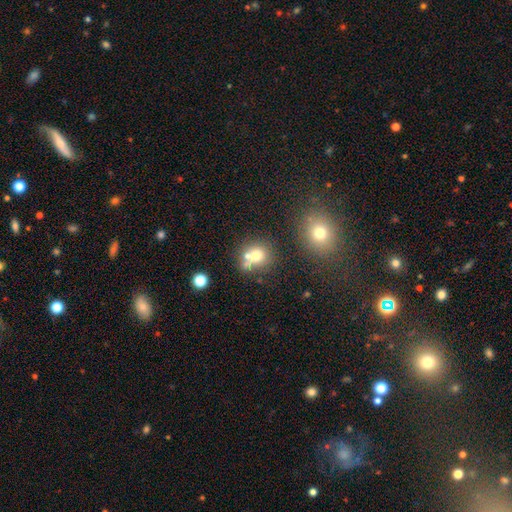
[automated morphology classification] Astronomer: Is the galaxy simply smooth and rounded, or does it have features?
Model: smooth — 70%.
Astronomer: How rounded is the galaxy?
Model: round — 79%.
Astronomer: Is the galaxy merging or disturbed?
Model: none — 44% (runner-up: merger, 40%).